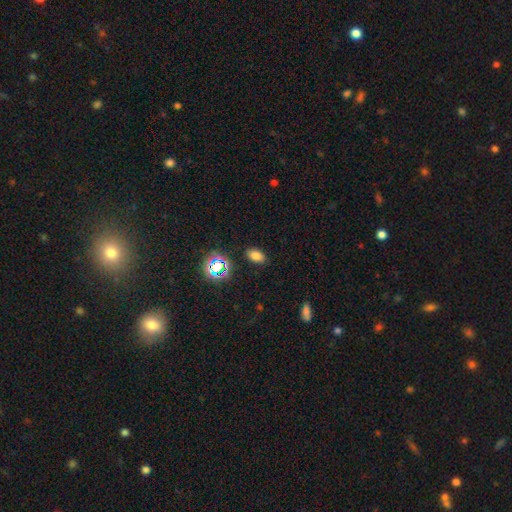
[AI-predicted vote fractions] Overall: smooth (74%). How rounded: in between (87%). Merging: none (86%).